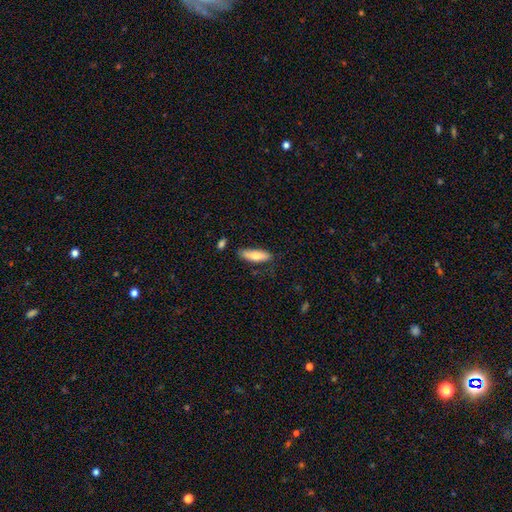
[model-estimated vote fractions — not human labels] A smooth galaxy with no disk features (75%) that is cigar-shaped (51%).

Vote fractions:
- Smooth or featured? smooth: 75% / featured or disk: 19% / star or artifact: 6%
- How rounded? cigar-shaped: 51% / in between: 47% / round: 2%
- Merging? none: 77% / minor disturbance: 17% / major disturbance: 3% / merger: 3%